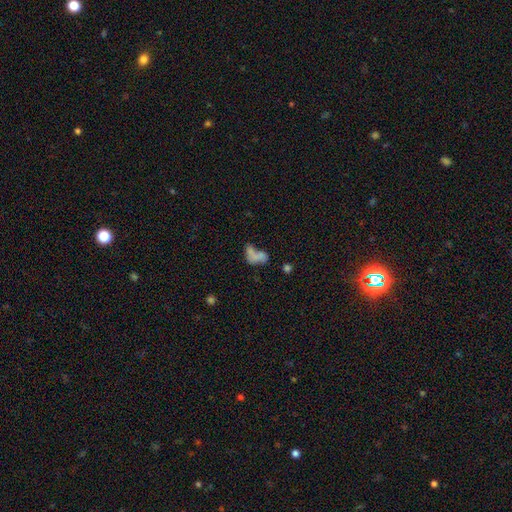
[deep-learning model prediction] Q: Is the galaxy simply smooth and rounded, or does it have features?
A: smooth — 62%.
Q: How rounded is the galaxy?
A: in between — 82%.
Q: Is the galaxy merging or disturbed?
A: merger — 45%.